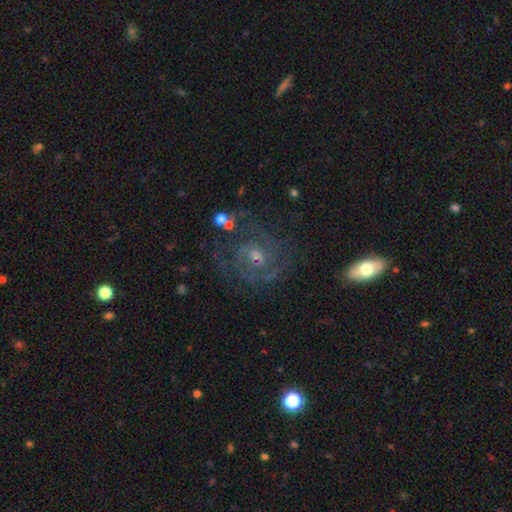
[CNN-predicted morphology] This is likely a featured or disk galaxy (80%). It is clearly not viewed edge-on (98%). Bar: possibly no (48%). Spiral arm pattern: clearly yes (90%). Spiral arm count: marginally can't tell (32%). Spiral winding: possibly tight (51%). Central bulge: marginally small (45%). Merging: likely none (66%).